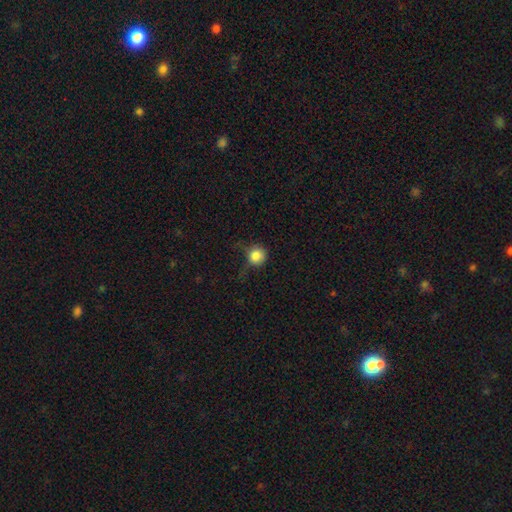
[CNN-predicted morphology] Smooth or featured? smooth (84%)
How rounded? round (88%)
Merging? none (52%)